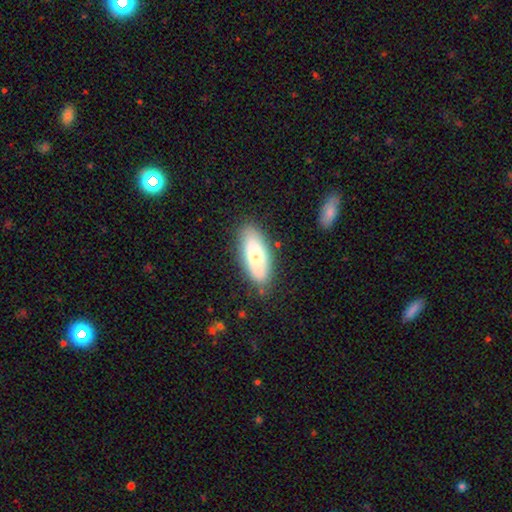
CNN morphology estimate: Smooth or featured? Predicted: smooth (p=0.69). How rounded? Predicted: in between (p=0.81). Merging? Predicted: none (p=0.81).